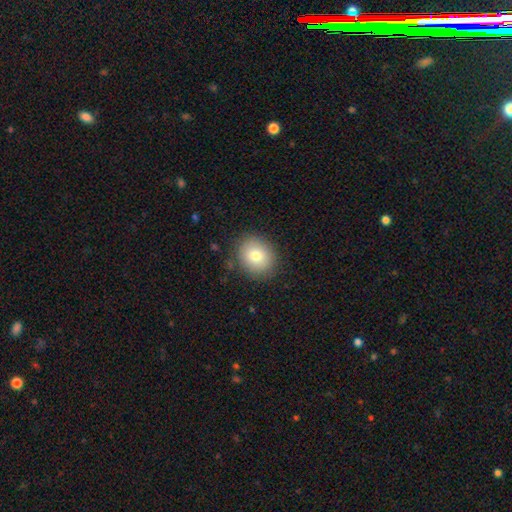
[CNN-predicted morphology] smooth_or_featured: smooth (p=0.78) [alt: featured or disk p=0.12]
how_rounded: round (p=0.76) [alt: in between p=0.23]
merging: none (p=0.85) [alt: minor disturbance p=0.11]